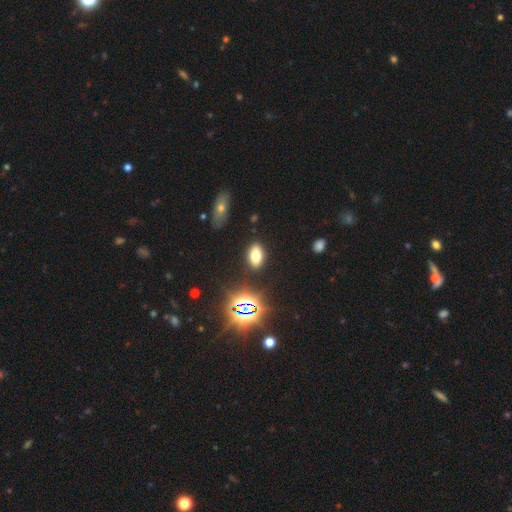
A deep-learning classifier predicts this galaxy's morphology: Smooth or featured: smooth — 66% (star or artifact — 21%)
How rounded: in between — 89% (round — 8%)
Merging: none — 88% (minor disturbance — 8%)